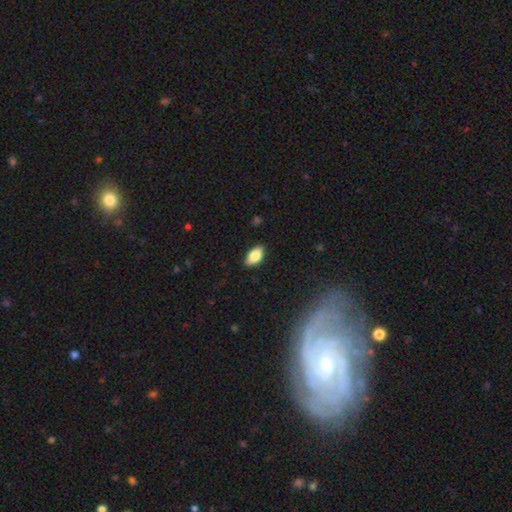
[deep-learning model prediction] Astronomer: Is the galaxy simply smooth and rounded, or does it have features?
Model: smooth — 82%.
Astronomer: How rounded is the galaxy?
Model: in between — 91%.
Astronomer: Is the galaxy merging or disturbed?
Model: none — 84%.